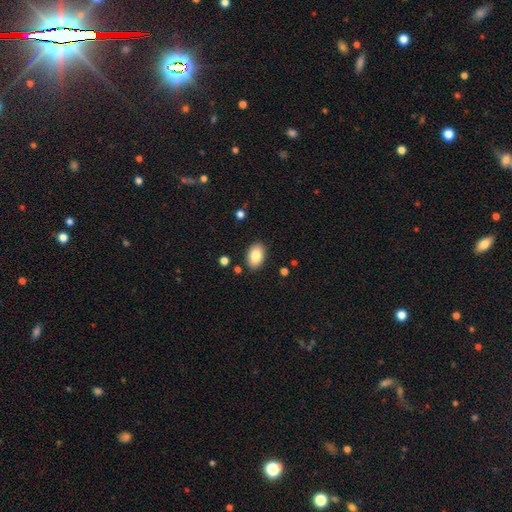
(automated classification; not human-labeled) A smooth galaxy with no disk features (84%) that is in between round and cigar-shaped (88%).

Vote fractions:
- Smooth or featured? smooth: 84% / featured or disk: 9% / star or artifact: 7%
- How rounded? in between: 88% / round: 11% / cigar-shaped: 1%
- Merging? none: 87% / minor disturbance: 9% / major disturbance: 2% / merger: 2%